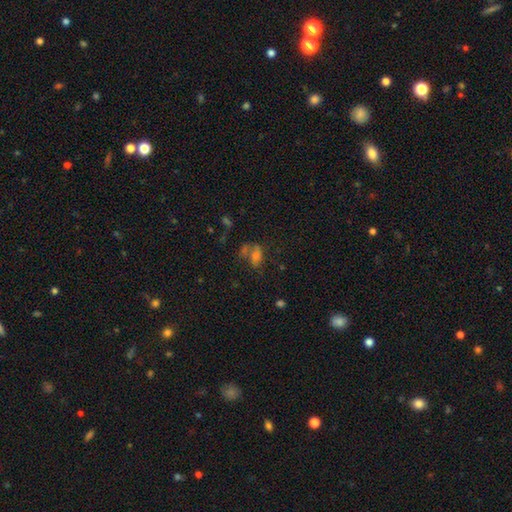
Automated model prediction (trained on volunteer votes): This is marginally a smooth galaxy (40%). Merging: marginally none (34%).